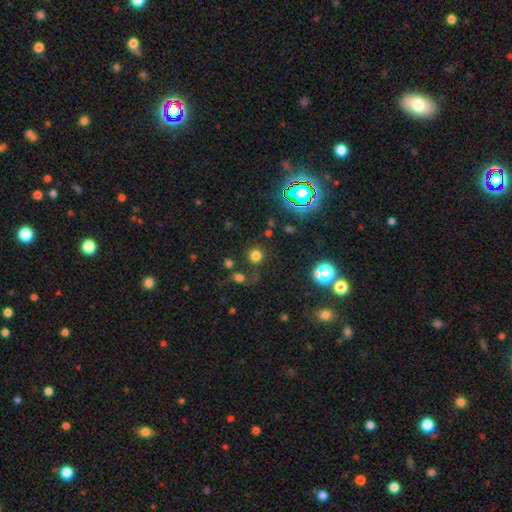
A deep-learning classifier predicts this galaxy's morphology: Smooth or featured?
  - smooth: 73% *
  - star or artifact: 22%
  - featured or disk: 6%
How rounded?
  - round: 92% *
  - in between: 7%
  - cigar-shaped: 1%
Merging?
  - none: 80% *
  - minor disturbance: 9%
  - merger: 6%
  - major disturbance: 5%